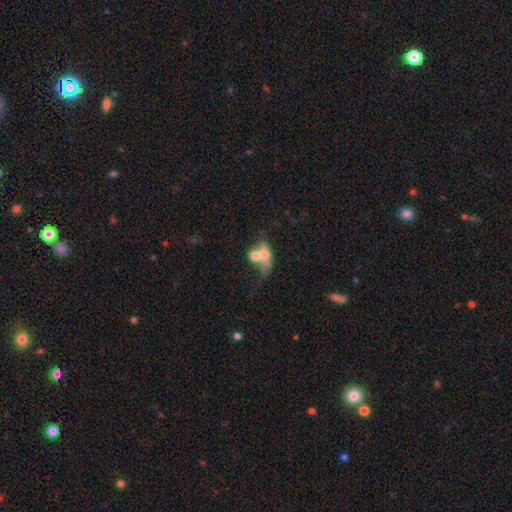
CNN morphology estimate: type=smooth (49%); merging=merger (67%).